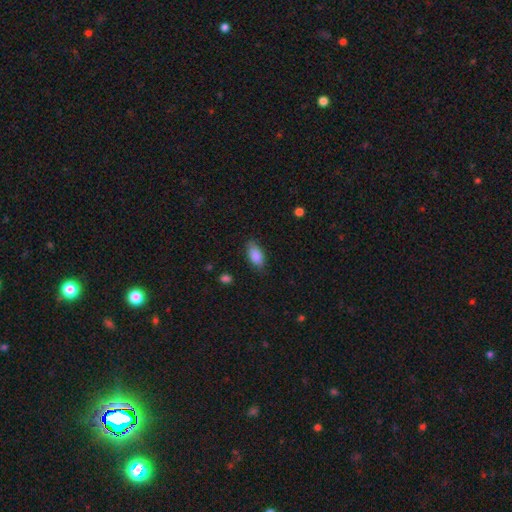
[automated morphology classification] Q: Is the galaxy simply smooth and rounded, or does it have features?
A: smooth — 88%.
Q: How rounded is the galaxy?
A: in between — 91%.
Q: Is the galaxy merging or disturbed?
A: none — 81%.